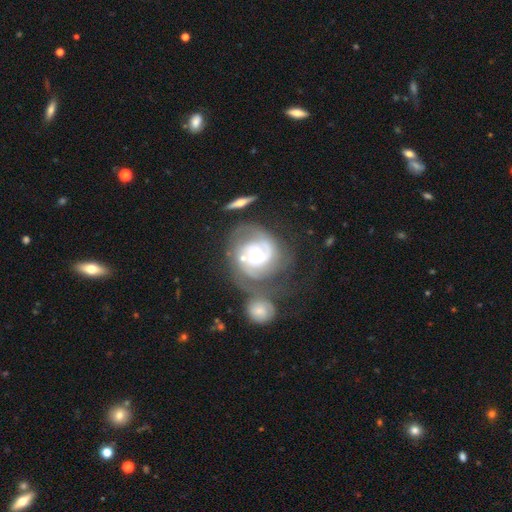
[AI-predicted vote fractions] Morphology: type=featured or disk (81%); edge-on=no (97%); bar=no (70%); spiral arms=yes (93%); winding=tight (55%); arm count=2 (52%); bulge=small (54%); merging=none (40%).